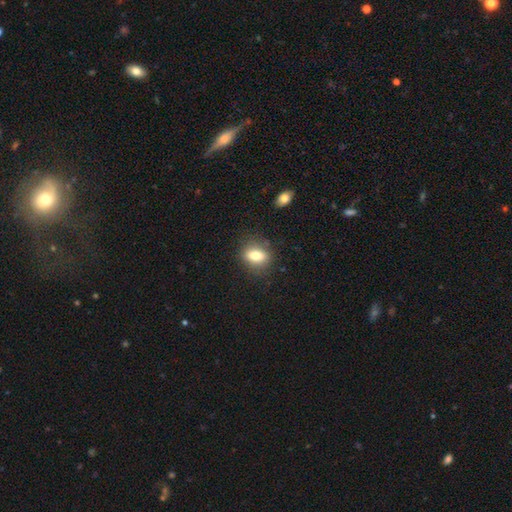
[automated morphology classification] This appears to be a smooth galaxy with no disk features (78%) that is in between round and cigar-shaped (70%). Merging: none (82%).